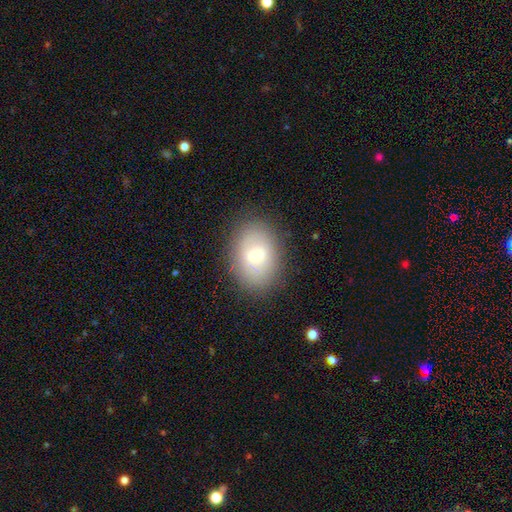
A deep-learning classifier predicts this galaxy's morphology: smooth-or-featured: smooth: 66% | featured or disk: 24% | star or artifact: 10%
  how-rounded: in between: 72% | round: 27% | cigar-shaped: 1%
  merging: none: 84% | minor disturbance: 11% | major disturbance: 4% | merger: 1%